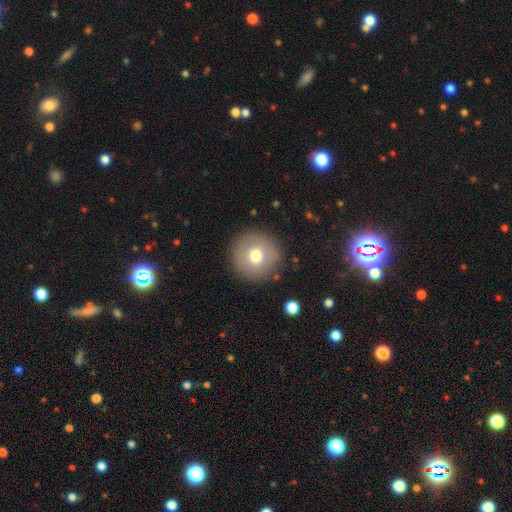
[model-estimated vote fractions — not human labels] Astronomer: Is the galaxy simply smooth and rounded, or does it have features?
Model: smooth — 72%.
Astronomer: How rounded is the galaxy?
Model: round — 95%.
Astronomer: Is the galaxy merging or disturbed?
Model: none — 88%.